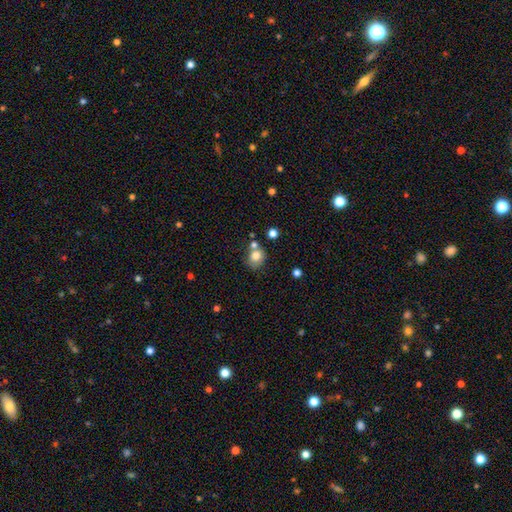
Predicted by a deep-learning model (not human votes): Q: Smooth or featured?
A: smooth (78%); runner-up: featured or disk (11%)
Q: How rounded?
A: round (67%); runner-up: in between (32%)
Q: Merging?
A: none (58%); runner-up: merger (22%)